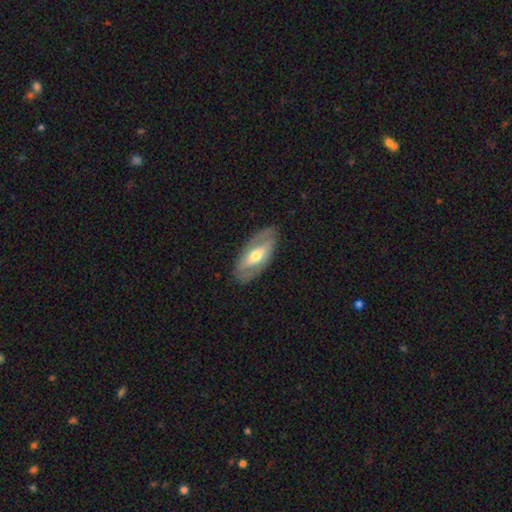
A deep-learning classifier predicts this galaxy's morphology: type=featured or disk (58%); edge-on=no (83%); merging=none (82%).